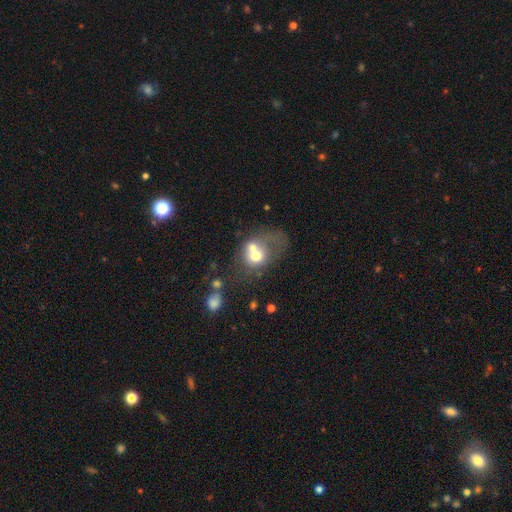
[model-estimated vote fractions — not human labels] Morphology: type=smooth (59%); roundness=round (54%); merging=merger (53%).